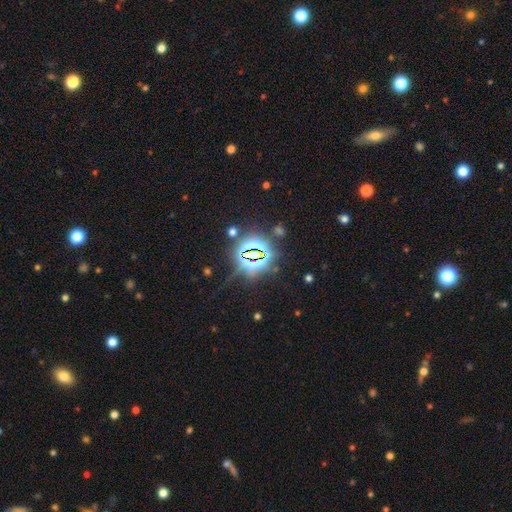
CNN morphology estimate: type=star or artifact (78%).